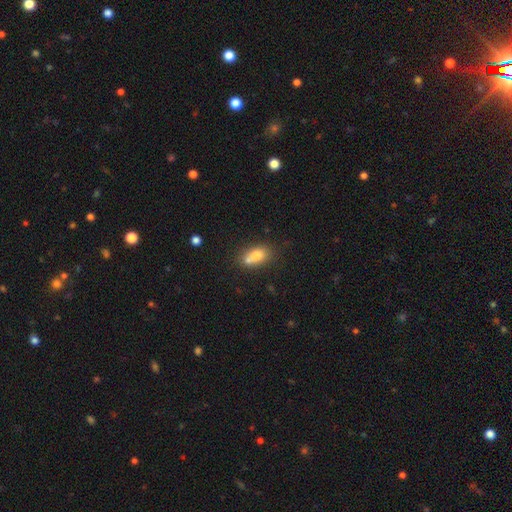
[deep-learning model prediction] Smooth or featured? smooth (74%)
How rounded? in between (77%)
Merging? none (43%)